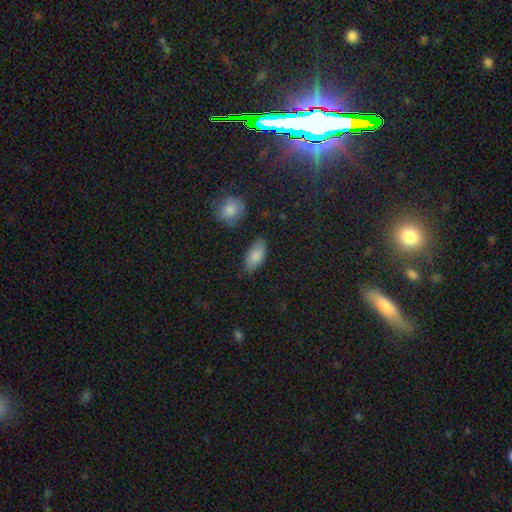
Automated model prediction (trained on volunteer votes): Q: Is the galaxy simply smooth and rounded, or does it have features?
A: smooth — 84%.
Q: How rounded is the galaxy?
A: in between — 91%.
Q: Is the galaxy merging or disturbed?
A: none — 78%.